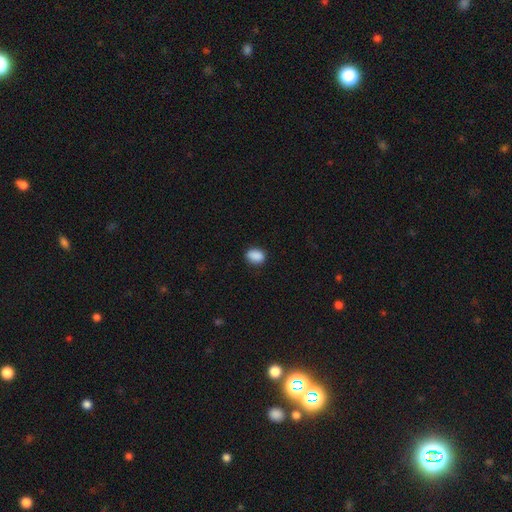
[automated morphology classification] Smooth or featured: smooth — 89% (star or artifact — 8%)
How rounded: in between — 69% (round — 29%)
Merging: none — 84% (minor disturbance — 12%)